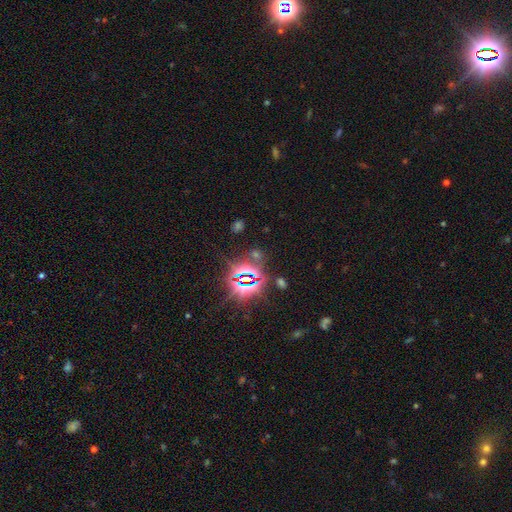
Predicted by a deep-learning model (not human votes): The model was most divided on "smooth or featured": star or artifact: 80%, smooth: 12%, featured or disk: 8%.